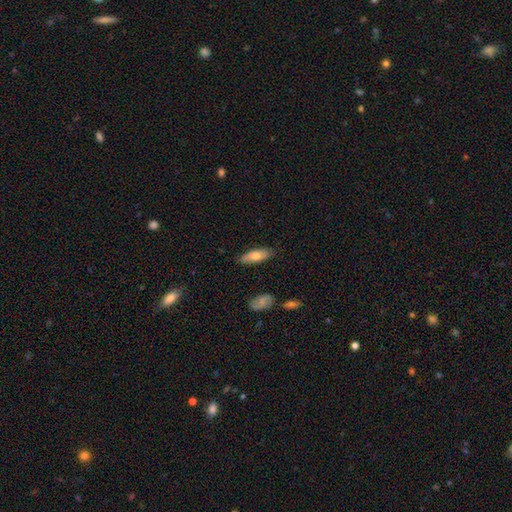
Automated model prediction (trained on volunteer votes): Morphology: type=smooth (71%); roundness=in between (69%); merging=none (83%).